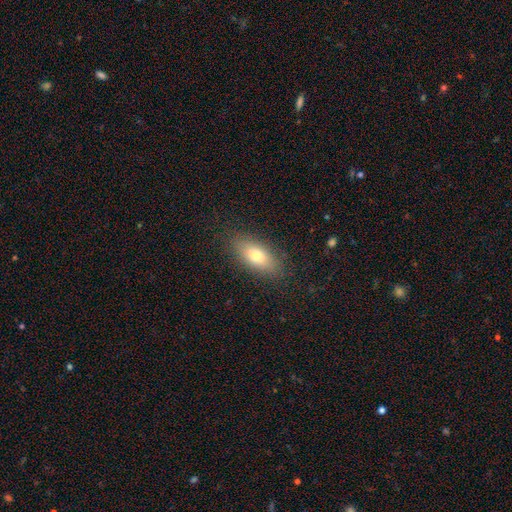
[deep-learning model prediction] Overall: smooth (73%). How rounded: in between (82%). Merging: none (86%).